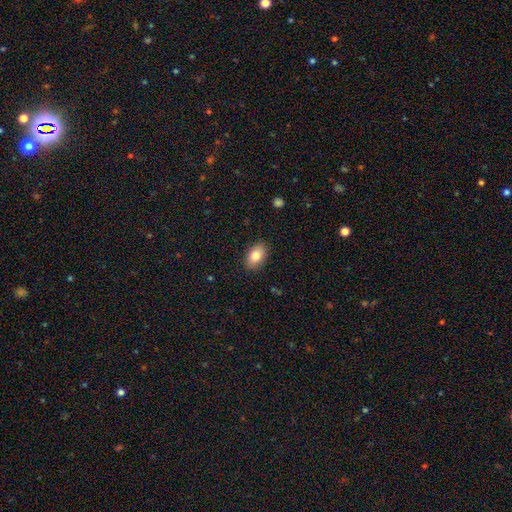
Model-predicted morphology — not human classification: type=smooth (82%); roundness=in between (90%); merging=none (88%).